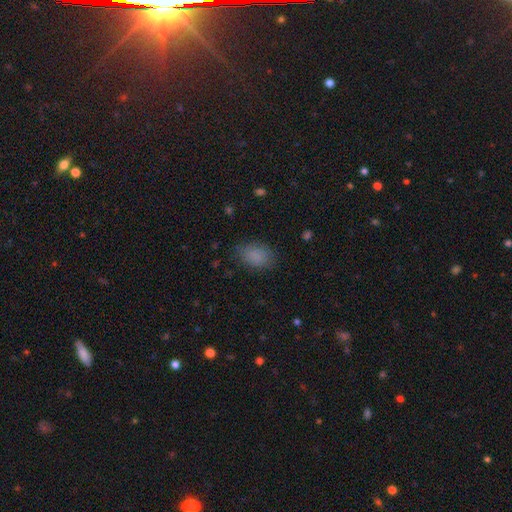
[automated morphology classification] smooth_or_featured: smooth (p=0.86) [alt: star or artifact p=0.10]
how_rounded: in between (p=0.83) [alt: round p=0.16]
merging: none (p=0.81) [alt: minor disturbance p=0.14]